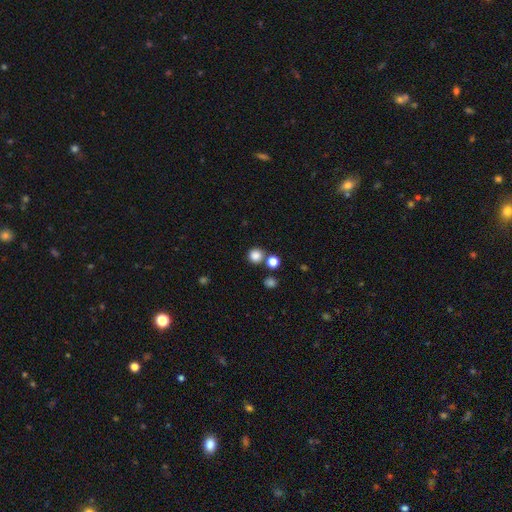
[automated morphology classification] This is clearly a smooth galaxy (83%). How rounded: clearly round (92%). Merging: likely none (76%).